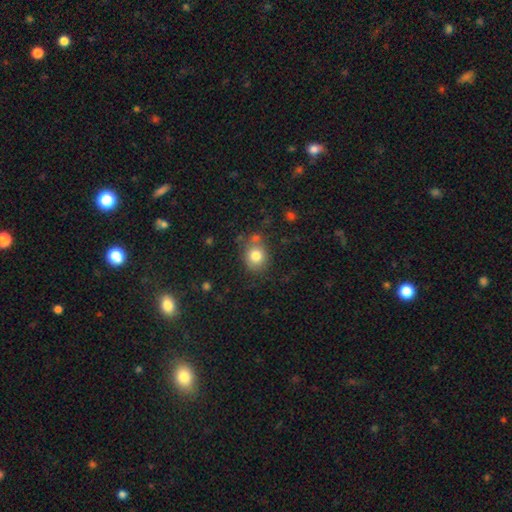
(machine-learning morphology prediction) Smooth or featured? Predicted: smooth (p=0.80). How rounded? Predicted: round (p=0.73). Merging? Predicted: none (p=0.73).